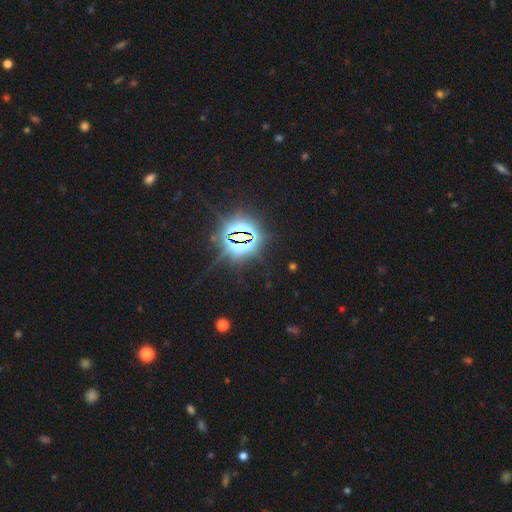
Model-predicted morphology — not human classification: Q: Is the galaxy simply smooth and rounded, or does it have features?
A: star or artifact — 85%.